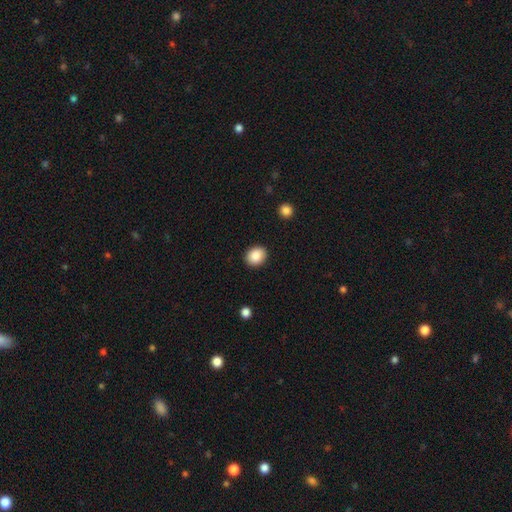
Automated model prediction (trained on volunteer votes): This appears to be a smooth galaxy with no disk features (88%) that is round (59%). Merging: none (90%).